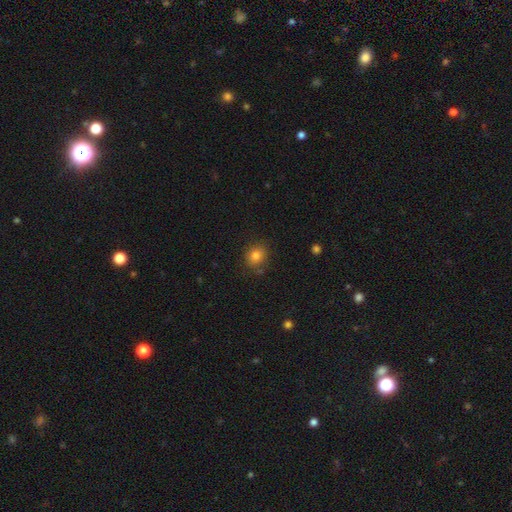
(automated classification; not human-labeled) Q: Smooth or featured?
A: smooth (80%); runner-up: star or artifact (12%)
Q: How rounded?
A: round (72%); runner-up: in between (27%)
Q: Merging?
A: none (80%); runner-up: minor disturbance (14%)